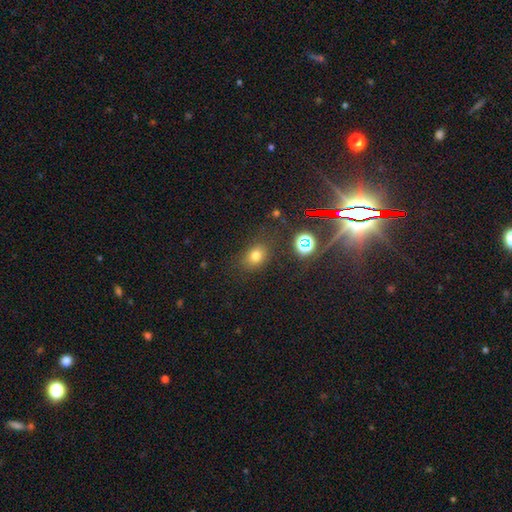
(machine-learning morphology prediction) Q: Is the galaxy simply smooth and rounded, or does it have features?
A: smooth — 72%.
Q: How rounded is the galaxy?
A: in between — 53%.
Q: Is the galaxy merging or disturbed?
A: none — 77%.